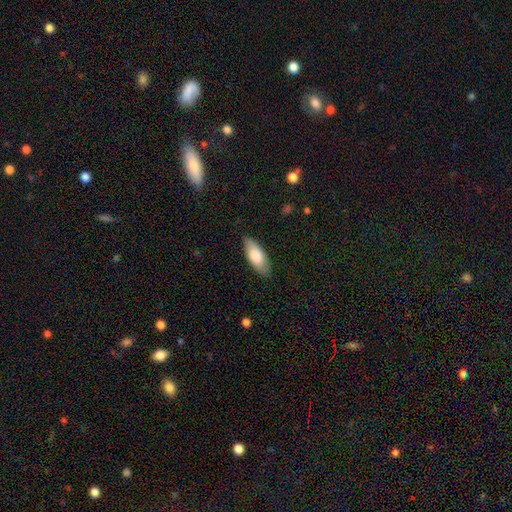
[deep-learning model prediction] Smooth or featured? Predicted: smooth (p=0.78). How rounded? Predicted: in between (p=0.79). Merging? Predicted: none (p=0.83).